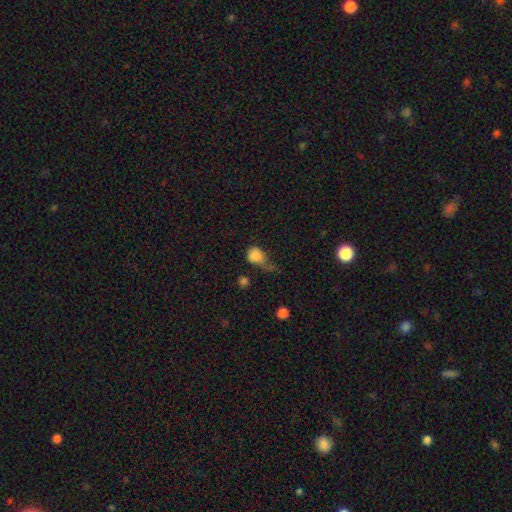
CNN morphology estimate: Overall: smooth (81%). How rounded: round (55%; in between 43%). Merging: major disturbance (36%; minor disturbance 32%).